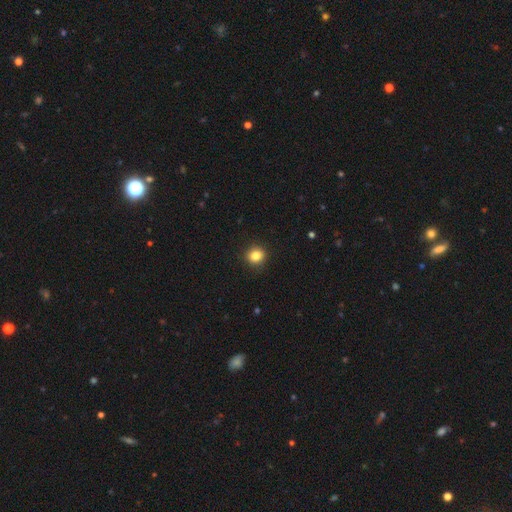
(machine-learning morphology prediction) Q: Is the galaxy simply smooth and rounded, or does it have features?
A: smooth — 84%.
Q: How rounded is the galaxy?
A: round — 83%.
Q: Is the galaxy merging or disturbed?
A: none — 91%.